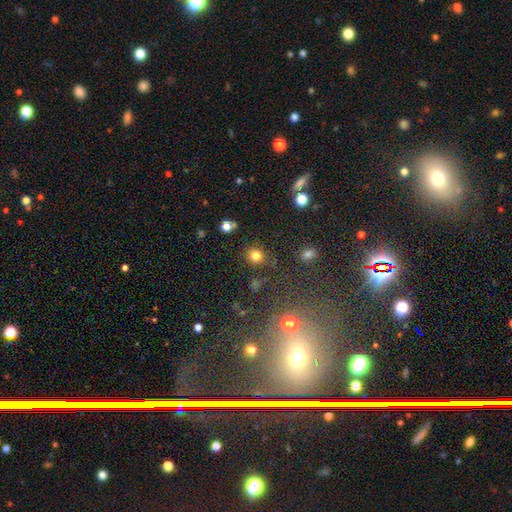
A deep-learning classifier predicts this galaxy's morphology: smooth_or_featured: smooth (p=0.79) [alt: star or artifact p=0.15]
how_rounded: round (p=0.89) [alt: in between p=0.10]
merging: none (p=0.82) [alt: minor disturbance p=0.10]